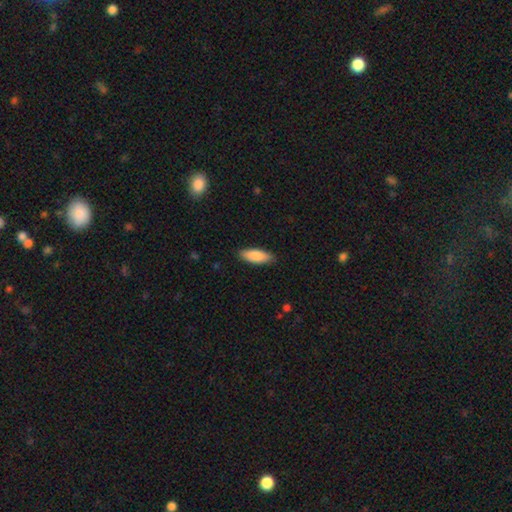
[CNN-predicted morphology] Smooth or featured? smooth (86%)
How rounded? in between (68%)
Merging? none (88%)